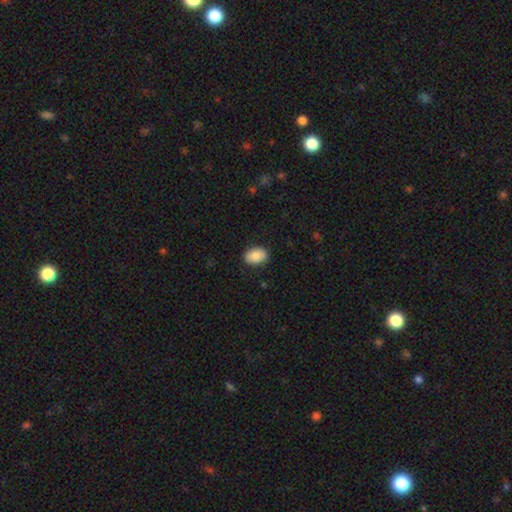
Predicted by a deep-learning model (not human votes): Q: Smooth or featured?
A: smooth (86%); runner-up: featured or disk (7%)
Q: How rounded?
A: in between (81%); runner-up: round (17%)
Q: Merging?
A: none (87%); runner-up: minor disturbance (10%)